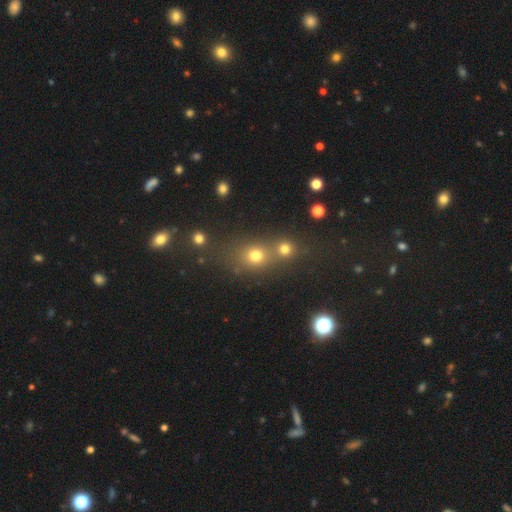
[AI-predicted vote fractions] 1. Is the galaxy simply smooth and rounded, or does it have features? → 72% smooth, 19% star or artifact, 9% featured or disk.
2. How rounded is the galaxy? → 74% round, 24% in between, 2% cigar-shaped.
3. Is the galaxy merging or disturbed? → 46% none, 42% merger, 8% minor disturbance, 4% major disturbance.